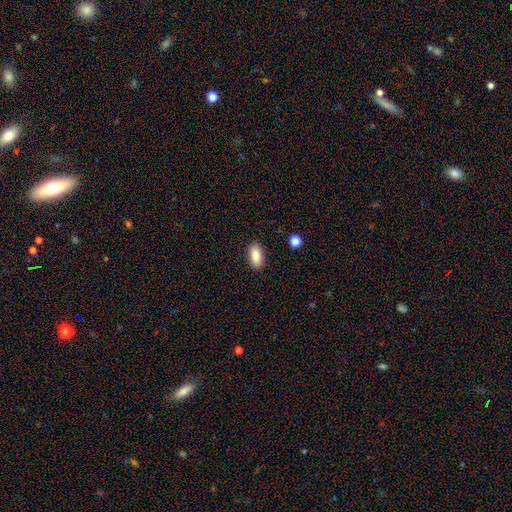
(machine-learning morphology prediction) smooth_or_featured: smooth (p=0.86) [alt: star or artifact p=0.07]
how_rounded: in between (p=0.90) [alt: cigar-shaped p=0.07]
merging: none (p=0.89) [alt: minor disturbance p=0.08]